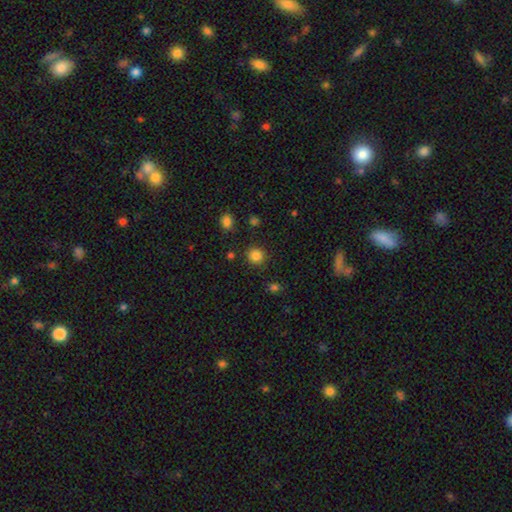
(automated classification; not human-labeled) Smooth or featured? smooth (84%)
How rounded? round (90%)
Merging? none (86%)